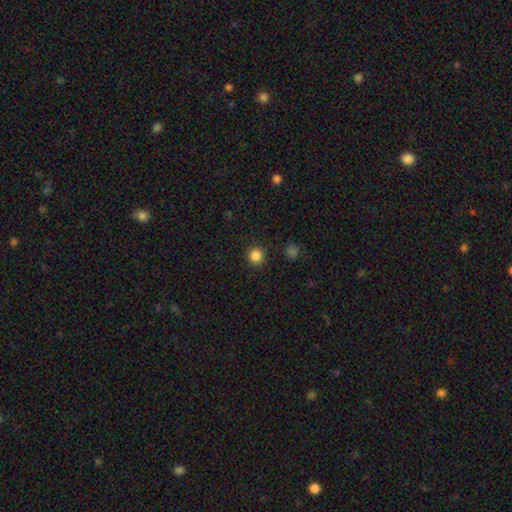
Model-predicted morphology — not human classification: type=smooth (85%); roundness=round (93%); merging=none (90%).